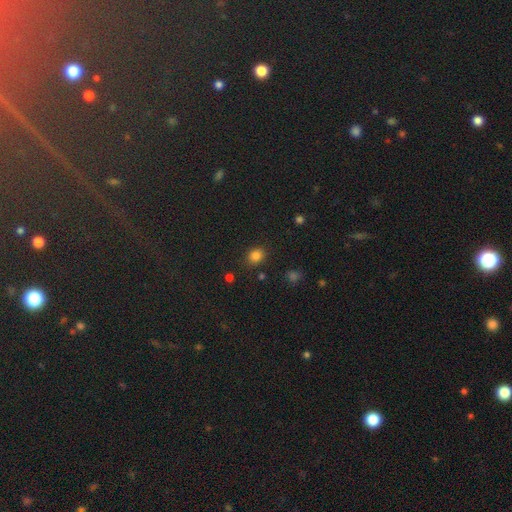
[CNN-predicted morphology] The model was most divided on "how rounded": round: 56%, in between: 43%, cigar-shaped: 1%. More confident: merging — none (84%); smooth or featured — smooth (82%).